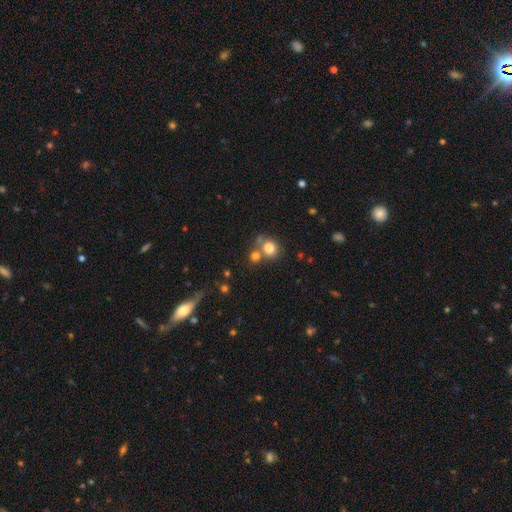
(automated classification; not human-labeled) This appears to be a smooth galaxy with no disk features (43%). Merging: none (62%).